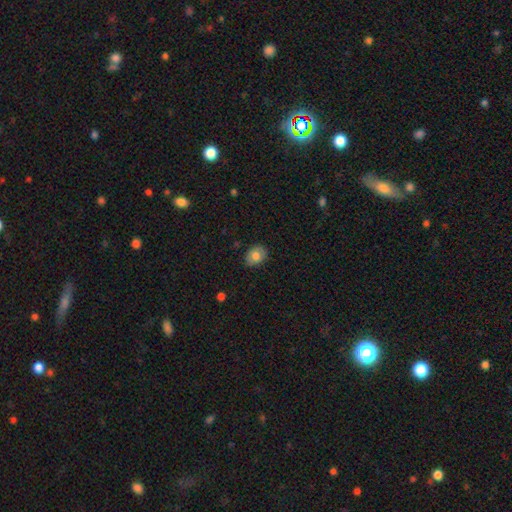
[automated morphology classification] A smooth galaxy with no disk features (74%) that is in between round and cigar-shaped (62%).

Vote fractions:
- Smooth or featured? smooth: 74% / featured or disk: 18% / star or artifact: 8%
- How rounded? in between: 62% / round: 37% / cigar-shaped: 1%
- Merging? none: 83% / minor disturbance: 13% / major disturbance: 2% / merger: 1%